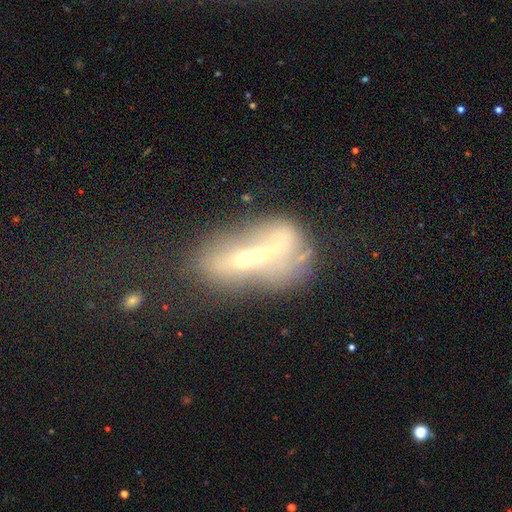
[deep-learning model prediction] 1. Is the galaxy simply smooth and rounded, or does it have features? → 51% featured or disk, 34% smooth, 15% star or artifact.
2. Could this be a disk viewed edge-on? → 82% no, 18% yes.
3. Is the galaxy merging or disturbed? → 62% merger, 17% none, 13% major disturbance, 9% minor disturbance.